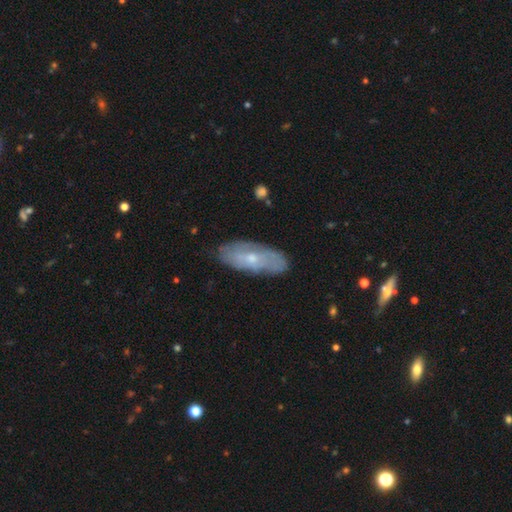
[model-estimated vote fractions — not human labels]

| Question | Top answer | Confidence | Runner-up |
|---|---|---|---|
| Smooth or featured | featured or disk | 58% | smooth (31%) |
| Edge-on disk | no | 78% | yes (22%) |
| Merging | none | 83% | minor disturbance (13%) |